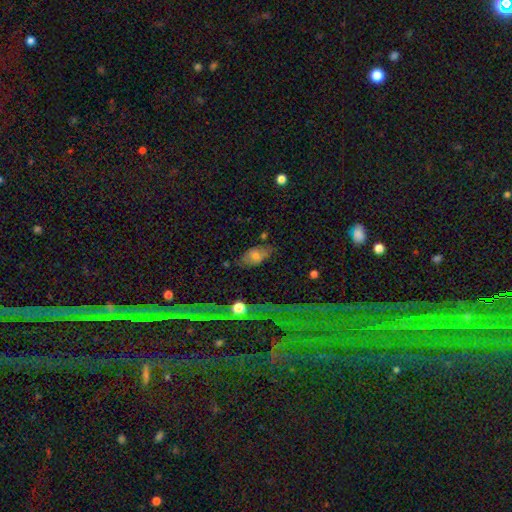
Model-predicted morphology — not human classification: Smooth or featured? Predicted: smooth (p=0.55). How rounded? Predicted: in between (p=0.85). Merging? Predicted: none (p=0.68).